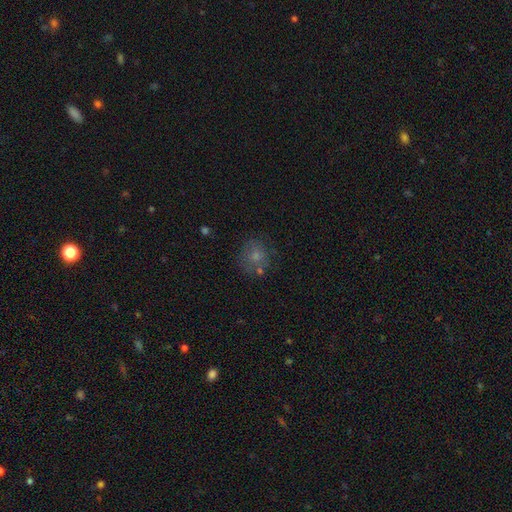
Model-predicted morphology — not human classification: Smooth or featured? smooth (68%)
How rounded? round (80%)
Merging? none (63%)